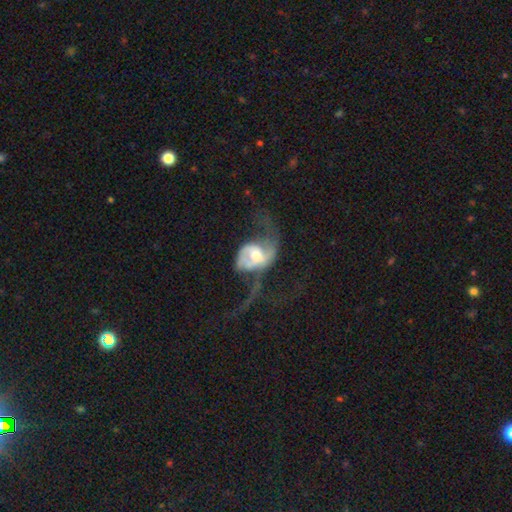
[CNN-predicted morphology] type=featured or disk (76%); edge-on=no (96%); bar=no (50%); spiral arms=yes (82%); winding=loose (68%); arm count=2 (81%); bulge=moderate (65%); merging=major disturbance (53%).